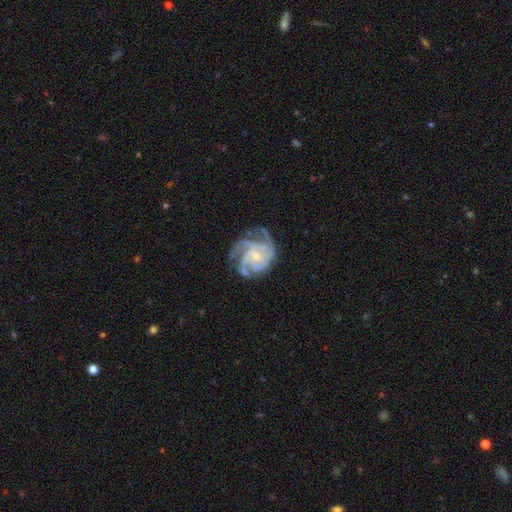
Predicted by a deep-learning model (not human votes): Smooth or featured? featured or disk (91%)
Edge-on disk? no (98%)
Bar? no (67%)
Spiral arms? yes (98%)
Spiral winding? tight (54%)
Spiral arm count? 4 (37%)
Bulge size? small (70%)
Merging? none (62%)